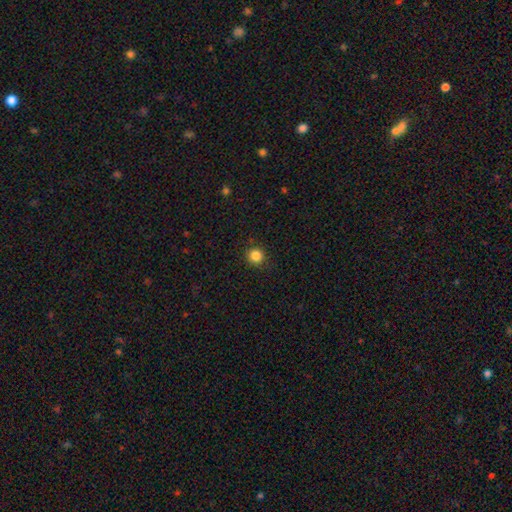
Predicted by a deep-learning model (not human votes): smooth-or-featured: smooth: 85% | star or artifact: 12% | featured or disk: 4%
  how-rounded: round: 94% | in between: 5% | cigar-shaped: 1%
  merging: none: 91% | minor disturbance: 6% | major disturbance: 2% | merger: 1%